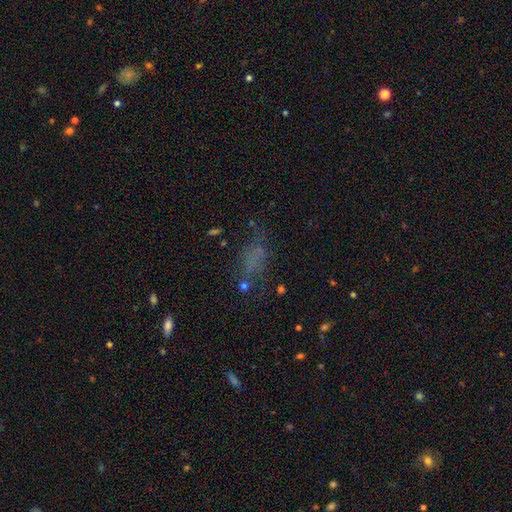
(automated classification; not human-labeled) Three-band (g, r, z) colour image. It shows a smooth galaxy with no disk features (53%) that is in between round and cigar-shaped (74%). Merging: none (51%).